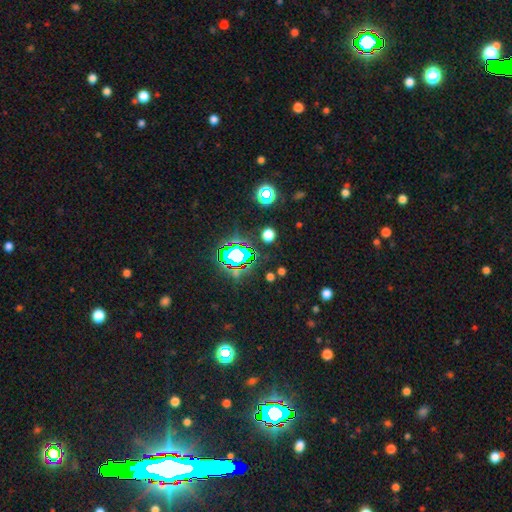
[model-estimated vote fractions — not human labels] smooth_or_featured: star or artifact (p=0.82) [alt: smooth p=0.11]